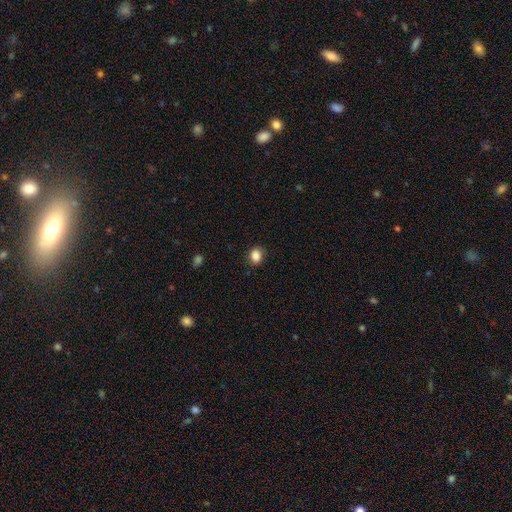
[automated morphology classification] Smooth or featured? smooth (86%)
How rounded? round (61%)
Merging? none (87%)